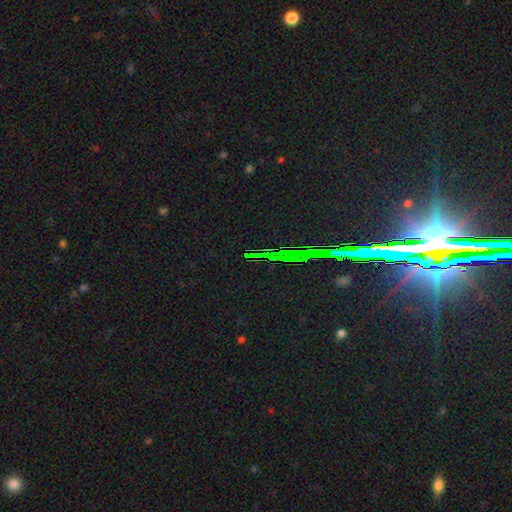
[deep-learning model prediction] Smooth or featured? star or artifact (79%)